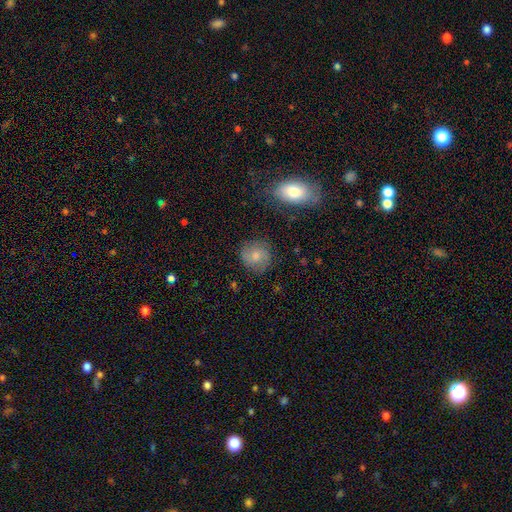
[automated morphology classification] This is likely a smooth galaxy (67%). How rounded: clearly round (86%). Merging: likely none (79%).